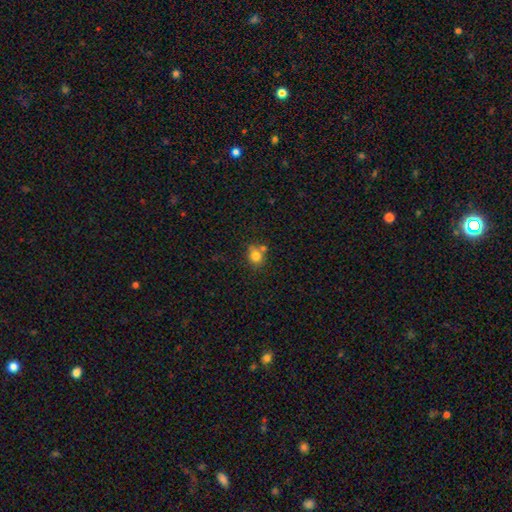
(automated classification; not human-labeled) smooth_or_featured: smooth (p=0.78) [alt: star or artifact p=0.12]
how_rounded: round (p=0.68) [alt: in between p=0.31]
merging: none (p=0.54) [alt: merger p=0.25]